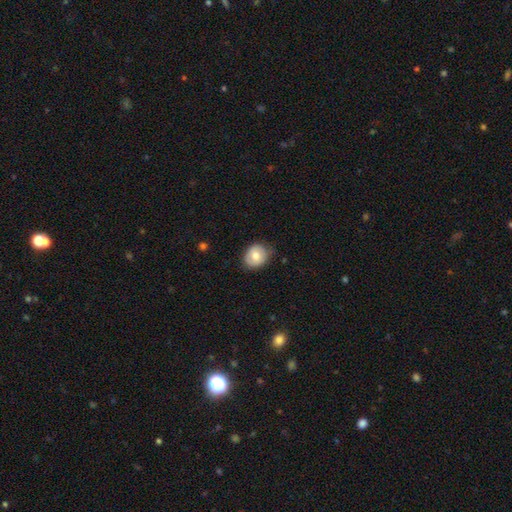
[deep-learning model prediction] This appears to be a smooth galaxy with no disk features (72%) that is round (61%). Merging: none (74%).